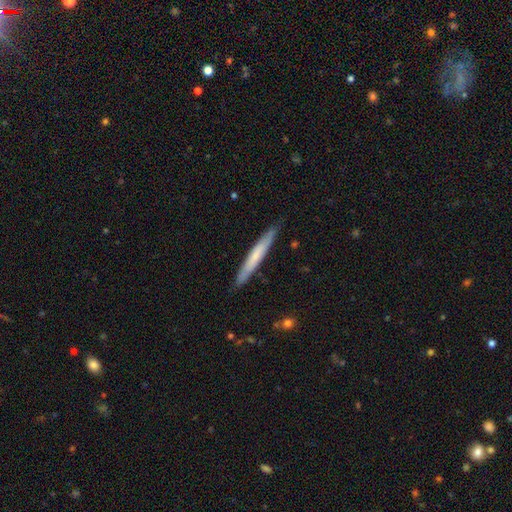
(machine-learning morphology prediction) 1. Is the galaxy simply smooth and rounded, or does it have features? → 57% smooth, 37% featured or disk, 5% star or artifact.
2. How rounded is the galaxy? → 96% cigar-shaped, 3% in between, 1% round.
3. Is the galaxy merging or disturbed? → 88% none, 10% minor disturbance, 2% major disturbance, 1% merger.